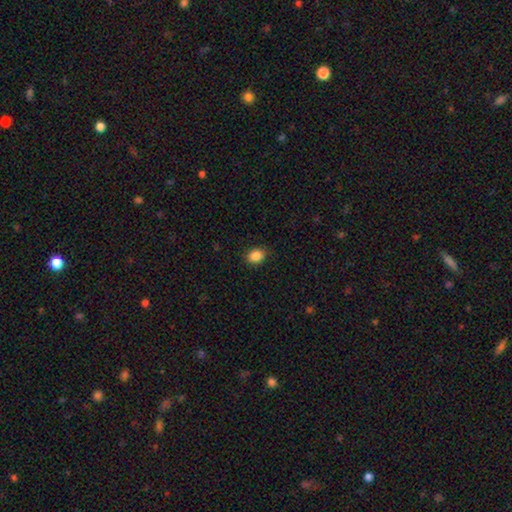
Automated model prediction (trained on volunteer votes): Overall: smooth (87%). How rounded: in between (51%; round 48%). Merging: none (88%).